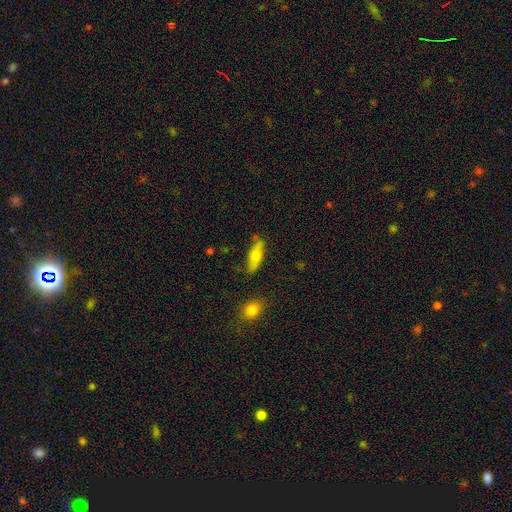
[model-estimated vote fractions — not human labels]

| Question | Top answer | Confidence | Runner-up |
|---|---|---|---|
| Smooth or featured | smooth | 61% | featured or disk (32%) |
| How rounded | in between | 53% | cigar-shaped (44%) |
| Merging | none | 74% | minor disturbance (17%) |